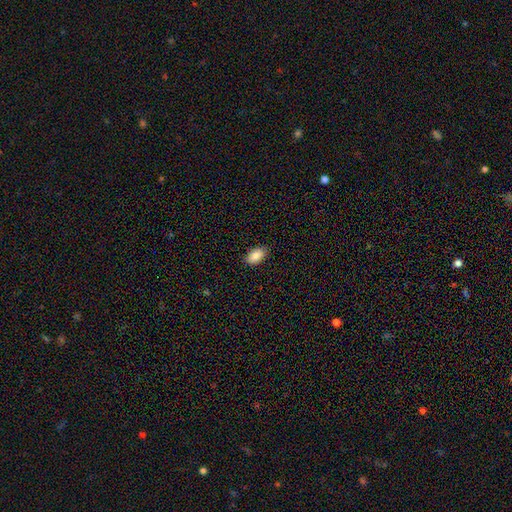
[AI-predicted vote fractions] Smooth or featured? smooth (88%)
How rounded? in between (93%)
Merging? none (87%)